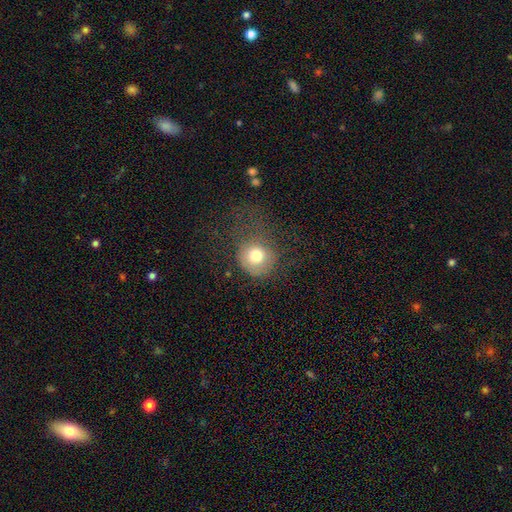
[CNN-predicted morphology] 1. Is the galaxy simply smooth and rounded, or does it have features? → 74% smooth, 15% featured or disk, 11% star or artifact.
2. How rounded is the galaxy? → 84% round, 15% in between, 1% cigar-shaped.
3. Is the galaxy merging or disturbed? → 44% none, 32% major disturbance, 22% minor disturbance, 2% merger.